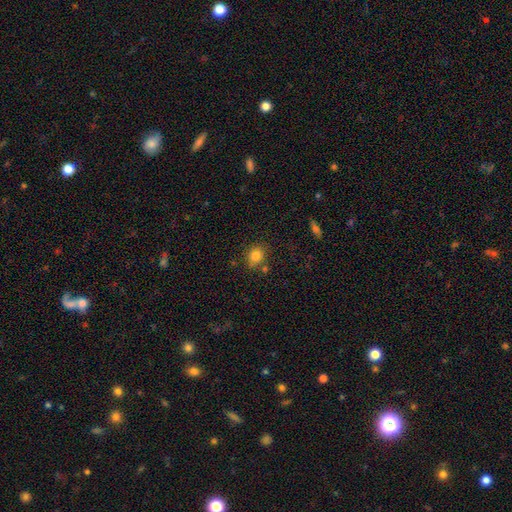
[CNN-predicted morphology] Smooth or featured? Predicted: smooth (p=0.82). How rounded? Predicted: round (p=0.64). Merging? Predicted: none (p=0.73).